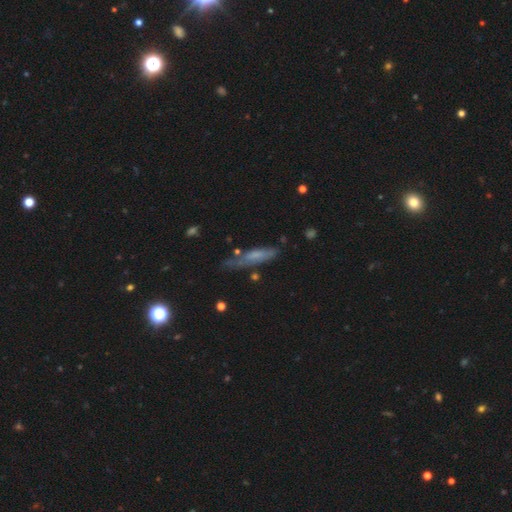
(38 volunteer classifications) A smooth galaxy with no disk features (53%) that is cigar-shaped (85%).

Vote fractions:
- Smooth or featured? smooth: 53% / featured or disk: 42% / star or artifact: 5%
- How rounded? cigar-shaped: 85% / in between: 15% / round: 0%
- Merging? none: 50% / minor disturbance: 31% / major disturbance: 14% / merger: 6%